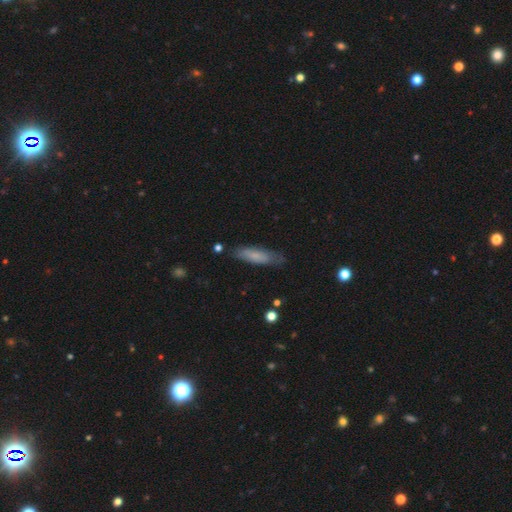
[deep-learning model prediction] This is likely a smooth galaxy (68%). How rounded: likely cigar-shaped (65%). Merging: likely none (75%).